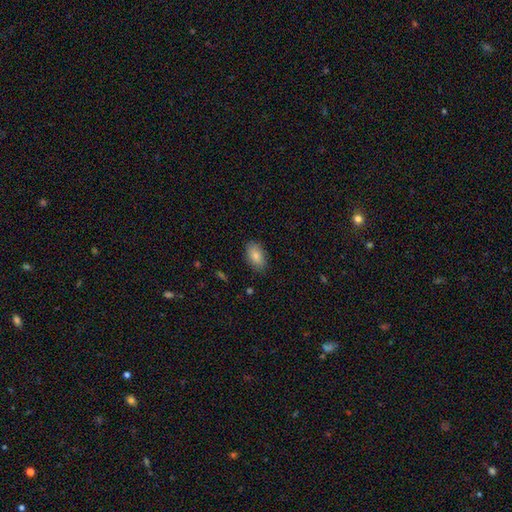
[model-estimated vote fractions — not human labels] smooth 84%, featured or disk 9%, star or artifact 7%. Down the decision tree: how rounded — in between (92%); merging — none (85%).